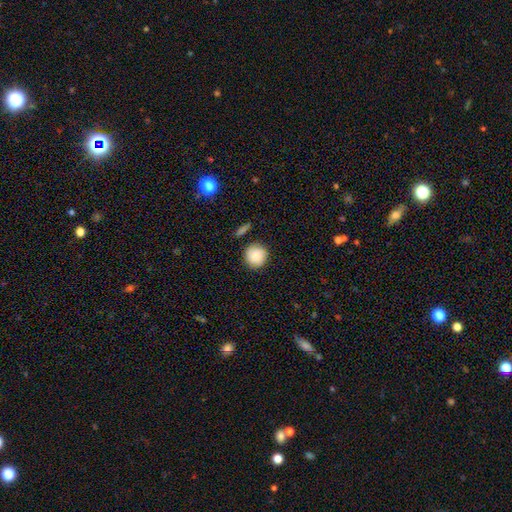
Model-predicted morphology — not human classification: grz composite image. It shows a smooth galaxy with no disk features (87%) that is round (92%). Merging: none (83%).